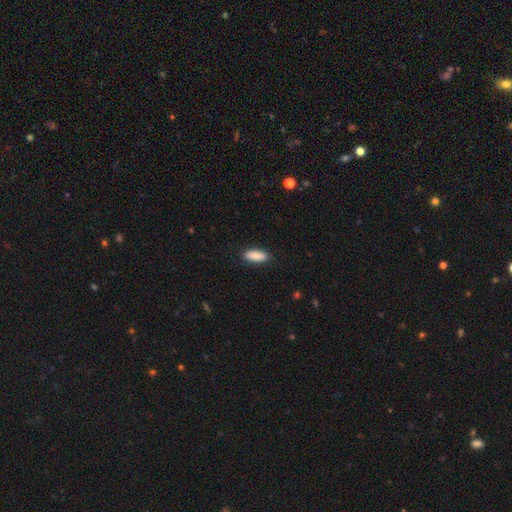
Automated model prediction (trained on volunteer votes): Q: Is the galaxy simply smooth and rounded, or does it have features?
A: smooth — 86%.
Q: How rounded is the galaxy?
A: in between — 78%.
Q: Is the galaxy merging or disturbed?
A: none — 87%.